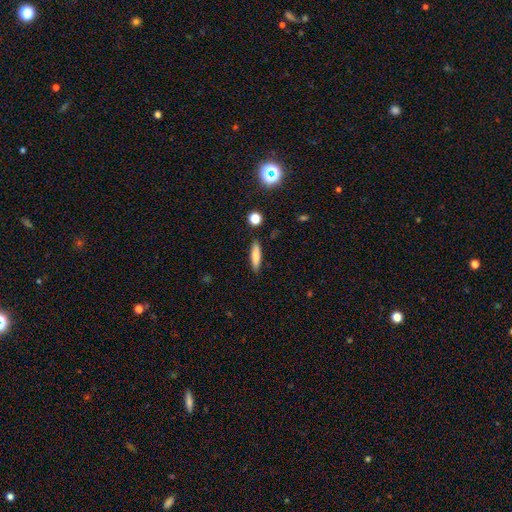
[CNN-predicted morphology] A smooth galaxy with no disk features (76%) that is cigar-shaped (76%).

Vote fractions:
- Smooth or featured? smooth: 76% / featured or disk: 16% / star or artifact: 8%
- How rounded? cigar-shaped: 76% / in between: 22% / round: 2%
- Merging? none: 87% / minor disturbance: 9% / major disturbance: 2% / merger: 2%